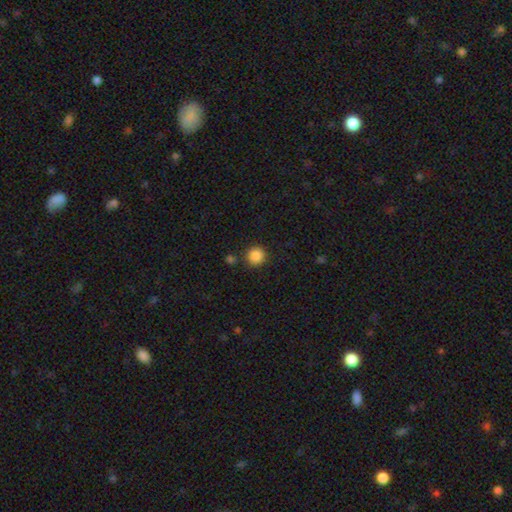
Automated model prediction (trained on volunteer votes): Overall: smooth (87%). How rounded: round (93%). Merging: none (87%).